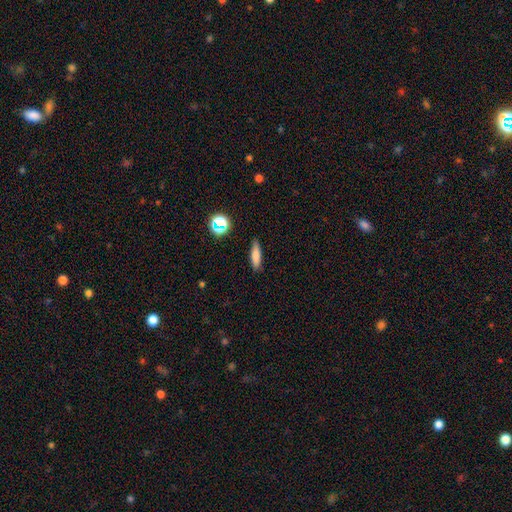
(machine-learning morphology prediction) The model was most divided on "how rounded": cigar-shaped: 64%, in between: 32%, round: 3%. More confident: merging — none (85%); smooth or featured — smooth (79%).